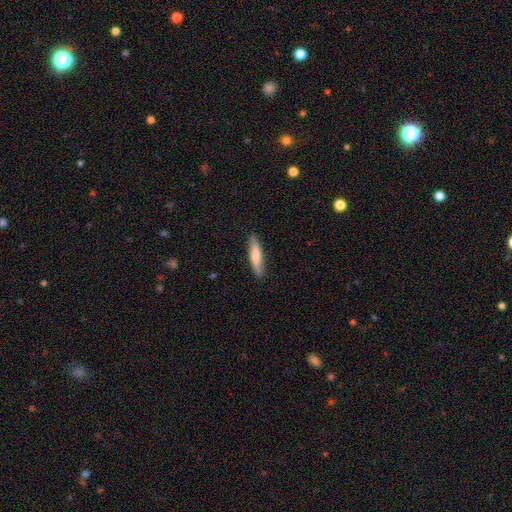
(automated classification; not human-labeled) The model was most divided on "smooth or featured": smooth: 73%, featured or disk: 22%, star or artifact: 5%. More confident: merging — none (88%); how rounded — cigar-shaped (84%).